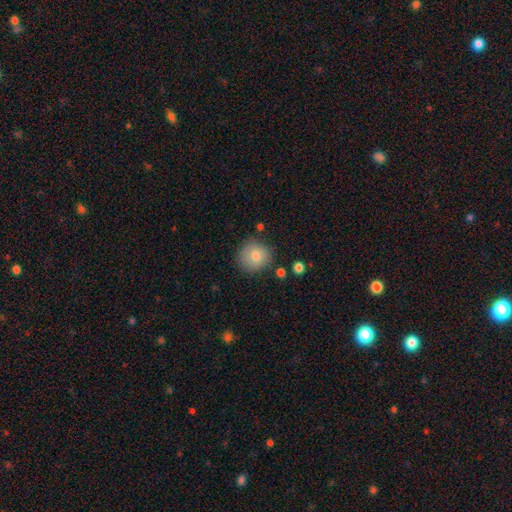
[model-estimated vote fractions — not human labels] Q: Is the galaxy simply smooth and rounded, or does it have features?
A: smooth — 79%.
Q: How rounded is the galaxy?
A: round — 87%.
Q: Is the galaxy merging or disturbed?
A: none — 81%.